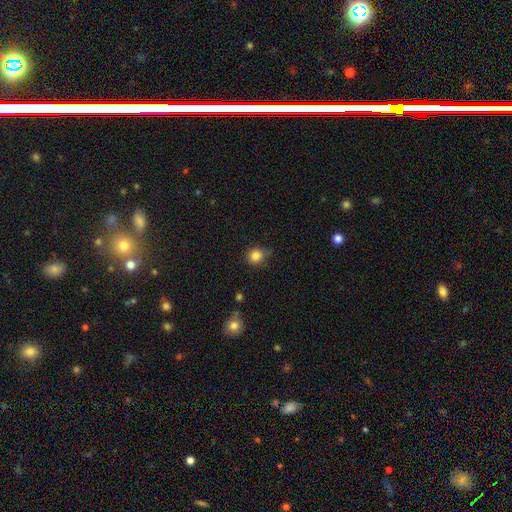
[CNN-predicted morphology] Smooth or featured? Predicted: smooth (p=0.83). How rounded? Predicted: round (p=0.83). Merging? Predicted: none (p=0.73).